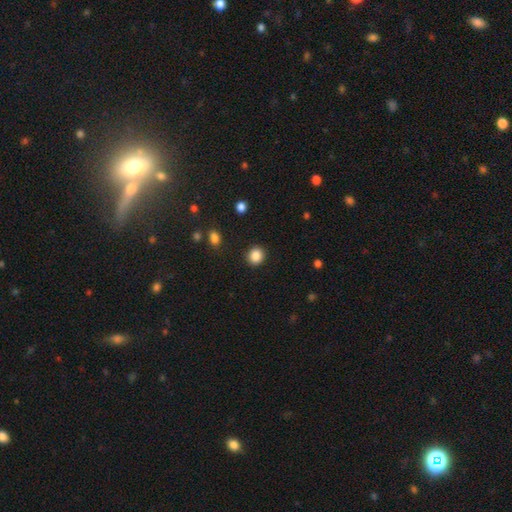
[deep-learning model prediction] Morphology: type=smooth (87%); roundness=round (82%); merging=none (90%).